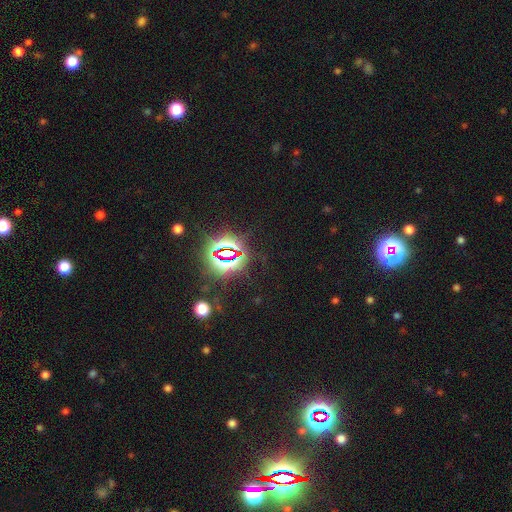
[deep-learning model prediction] A star or artifact, not a galaxy (82%).